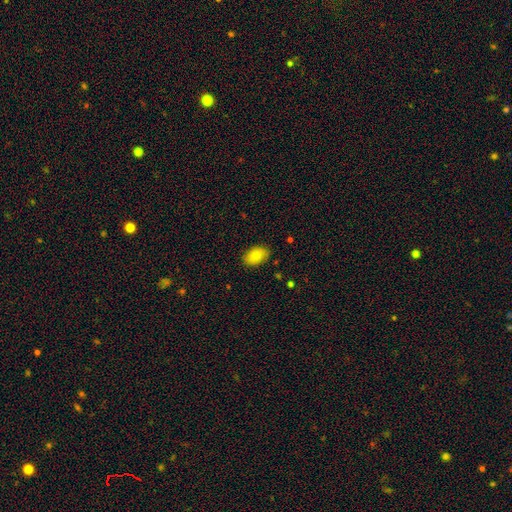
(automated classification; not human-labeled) Smooth or featured?
  - smooth: 85% *
  - star or artifact: 7%
  - featured or disk: 7%
How rounded?
  - in between: 89% *
  - round: 9%
  - cigar-shaped: 1%
Merging?
  - none: 86% *
  - minor disturbance: 10%
  - major disturbance: 2%
  - merger: 1%